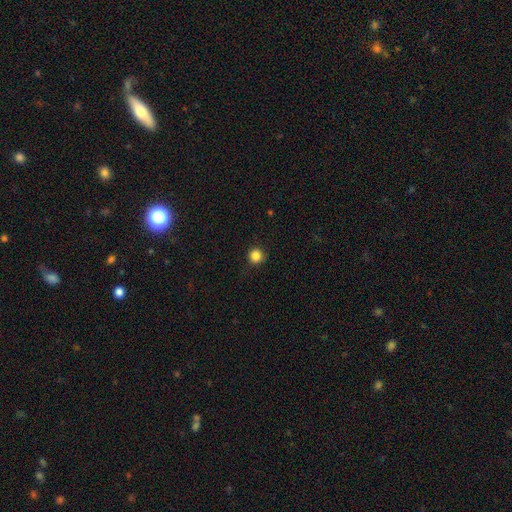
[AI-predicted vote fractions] This appears to be a smooth galaxy with no disk features (85%) that is round (94%). Merging: none (90%).